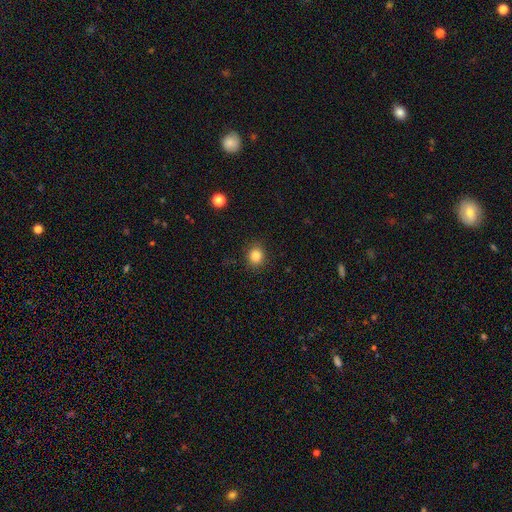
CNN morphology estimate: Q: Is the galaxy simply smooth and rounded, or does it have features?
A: smooth — 84%.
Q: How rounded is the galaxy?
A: round — 74%.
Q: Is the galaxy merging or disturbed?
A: none — 88%.